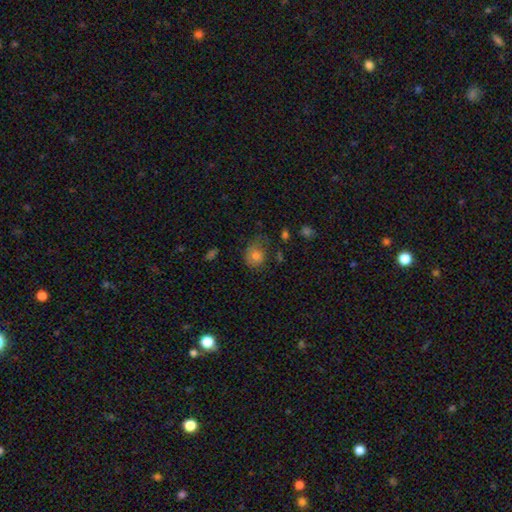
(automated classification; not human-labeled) smooth-or-featured: smooth: 75% | featured or disk: 14% | star or artifact: 11%
  how-rounded: round: 67% | in between: 32% | cigar-shaped: 1%
  merging: none: 51% | minor disturbance: 31% | major disturbance: 16% | merger: 3%